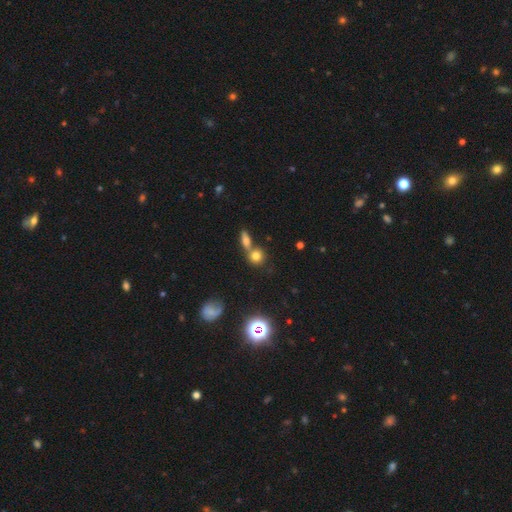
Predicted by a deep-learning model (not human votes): A smooth galaxy with no disk features (72%) that is round (78%). Merging: none (50%).